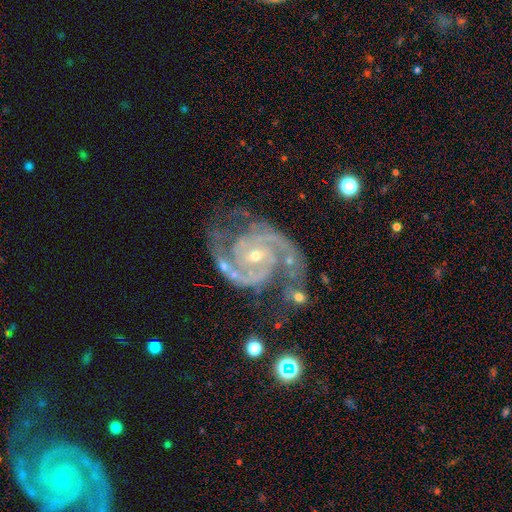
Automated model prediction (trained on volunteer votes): Smooth or featured? Predicted: featured or disk (p=0.93). Edge-on disk? Predicted: no (p=0.98). Bar? Predicted: no (p=0.52). Spiral arms? Predicted: yes (p=0.99). Spiral winding? Predicted: medium (p=0.56). Spiral arm count? Predicted: 2 (p=0.90). Bulge size? Predicted: small (p=0.59). Merging? Predicted: none (p=0.64).